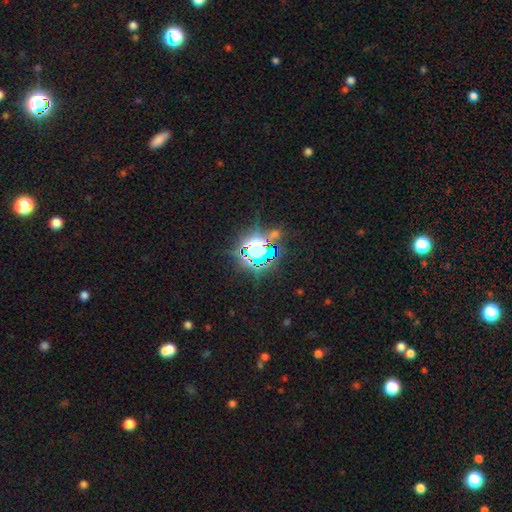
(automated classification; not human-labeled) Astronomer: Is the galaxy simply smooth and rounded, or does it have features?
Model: star or artifact — 79%.